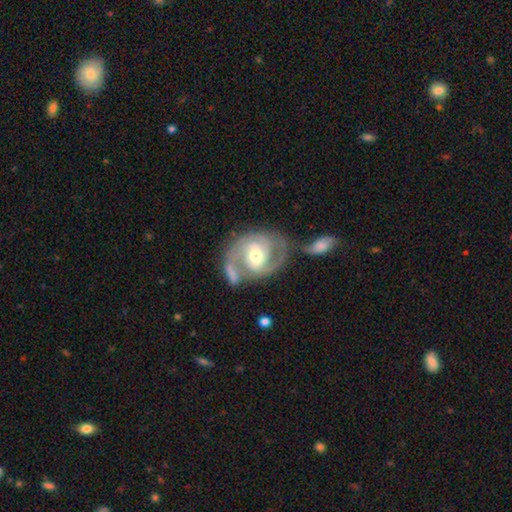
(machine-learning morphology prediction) Q: Smooth or featured?
A: featured or disk (89%); runner-up: smooth (7%)
Q: Edge-on disk?
A: no (98%); runner-up: yes (2%)
Q: Bar?
A: weak (42%); runner-up: no (41%)
Q: Spiral arms?
A: yes (97%); runner-up: no (3%)
Q: Spiral winding?
A: medium (47%); runner-up: tight (42%)
Q: Spiral arm count?
A: 2 (70%); runner-up: 3 (15%)
Q: Bulge size?
A: moderate (66%); runner-up: small (28%)
Q: Merging?
A: none (46%); runner-up: merger (23%)